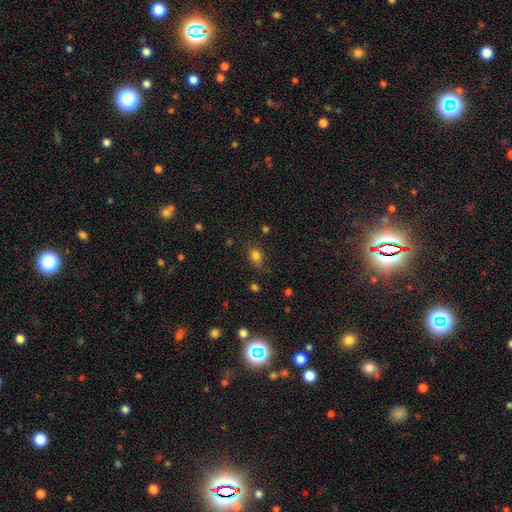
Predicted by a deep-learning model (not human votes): Smooth or featured?
  - smooth: 81% *
  - star or artifact: 12%
  - featured or disk: 6%
How rounded?
  - in between: 66% *
  - round: 32%
  - cigar-shaped: 2%
Merging?
  - none: 72% *
  - minor disturbance: 21%
  - major disturbance: 5%
  - merger: 2%